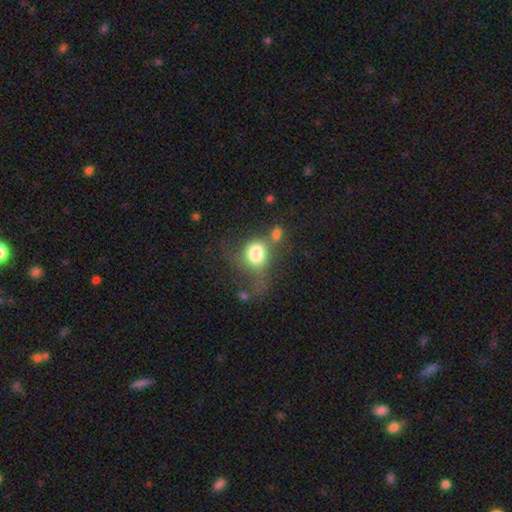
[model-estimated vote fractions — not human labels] A smooth galaxy with no disk features (73%) that is round (58%).

Vote fractions:
- Smooth or featured? smooth: 73% / featured or disk: 16% / star or artifact: 11%
- How rounded? round: 58% / in between: 40% / cigar-shaped: 2%
- Merging? merger: 31% / major disturbance: 29% / none: 23% / minor disturbance: 17%